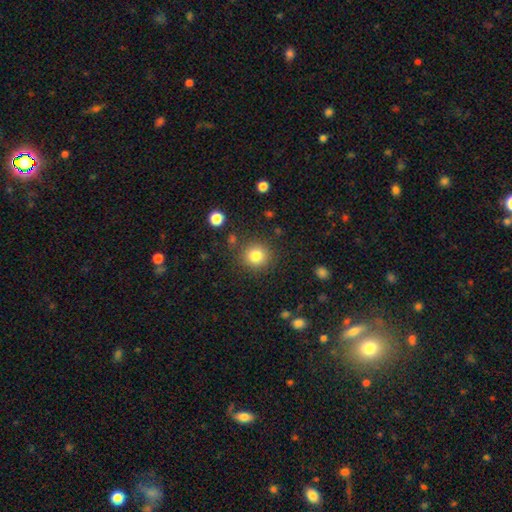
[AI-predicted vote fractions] Morphology: type=smooth (82%); roundness=round (92%); merging=none (85%).